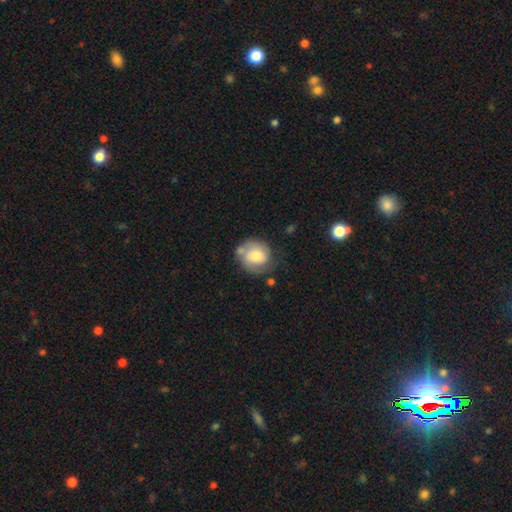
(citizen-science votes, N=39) featured or disk 67%, smooth 31%, star or artifact 3%. Down the decision tree: edge-on disk — no (100%); bar — no (50%); spiral arms — yes (96%); spiral arm count — 2 (88%); spiral winding — tight (44%, tied with medium); bulge size — moderate (69%); merging — none (68%).